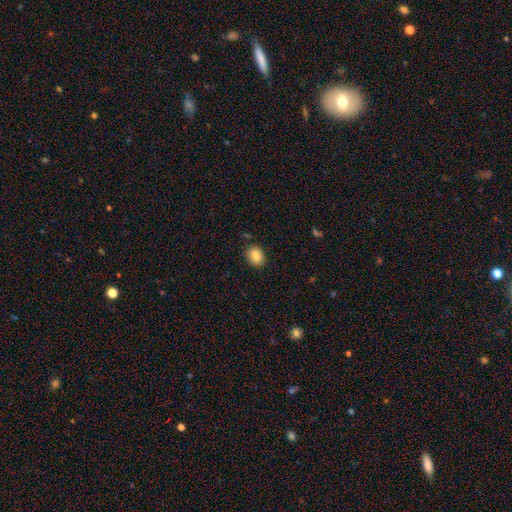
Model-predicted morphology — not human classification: Smooth or featured?
  - smooth: 85% *
  - star or artifact: 9%
  - featured or disk: 6%
How rounded?
  - in between: 59% *
  - round: 40%
  - cigar-shaped: 1%
Merging?
  - none: 87% *
  - minor disturbance: 9%
  - major disturbance: 2%
  - merger: 2%